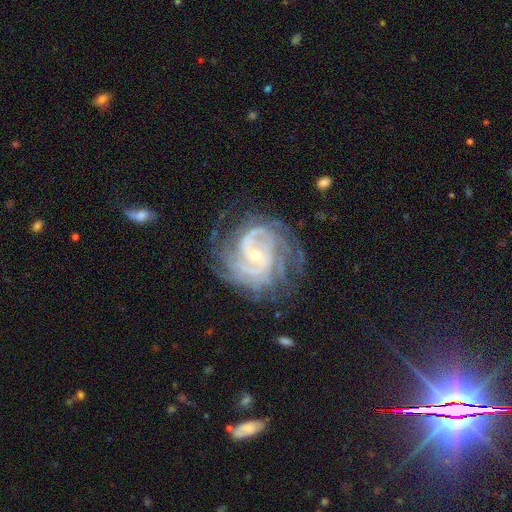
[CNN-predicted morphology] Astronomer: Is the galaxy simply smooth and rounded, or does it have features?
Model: featured or disk — 89%.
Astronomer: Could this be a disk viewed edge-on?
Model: no — 97%.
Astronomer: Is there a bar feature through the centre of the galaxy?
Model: no — 49% (runner-up: weak, 37%).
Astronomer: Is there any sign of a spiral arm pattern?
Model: yes — 97%.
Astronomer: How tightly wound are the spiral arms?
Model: tight — 65%.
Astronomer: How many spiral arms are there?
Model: can't tell — 30% (runner-up: 2, 20%).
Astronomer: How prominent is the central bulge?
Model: small — 69%.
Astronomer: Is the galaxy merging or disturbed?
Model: none — 69%.